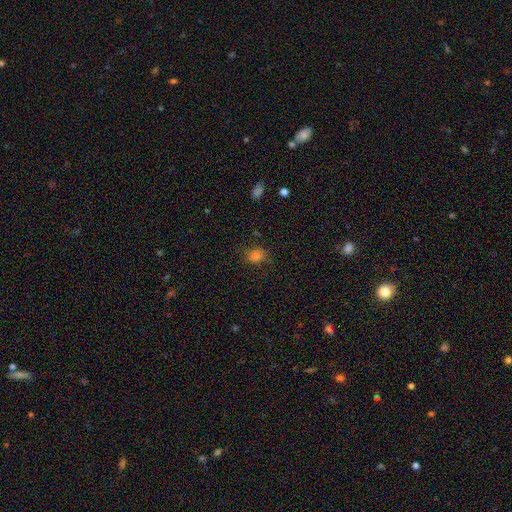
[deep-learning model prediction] Smooth or featured: smooth — 76% (star or artifact — 18%)
How rounded: round — 52% (in between — 47%)
Merging: none — 75% (minor disturbance — 17%)